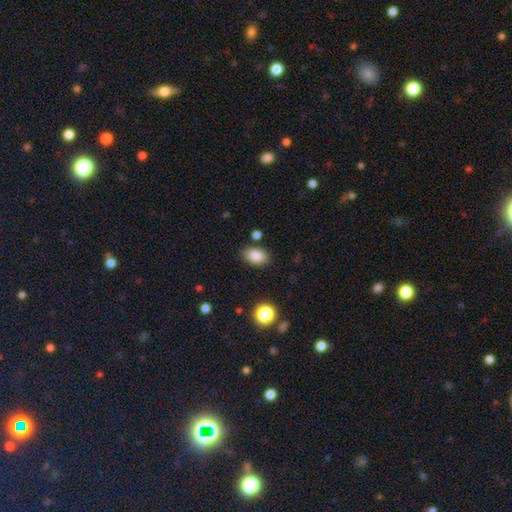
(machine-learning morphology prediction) smooth 85%, star or artifact 9%, featured or disk 6%. Down the decision tree: how rounded — in between (86%); merging — none (83%).